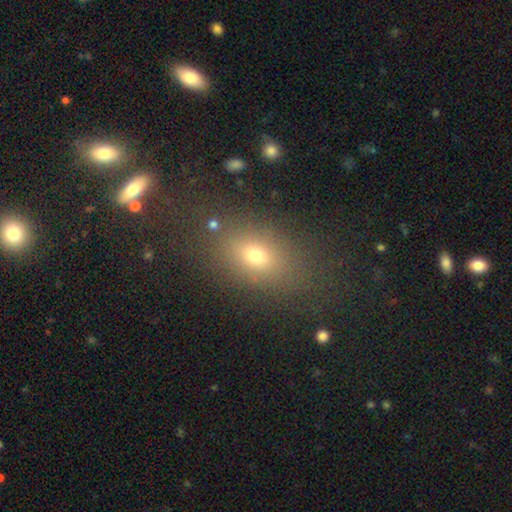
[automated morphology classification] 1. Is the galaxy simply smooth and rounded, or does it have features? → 67% smooth, 20% star or artifact, 13% featured or disk.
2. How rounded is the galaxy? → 71% in between, 25% round, 3% cigar-shaped.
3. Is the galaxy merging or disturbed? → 80% none, 11% minor disturbance, 5% major disturbance, 4% merger.